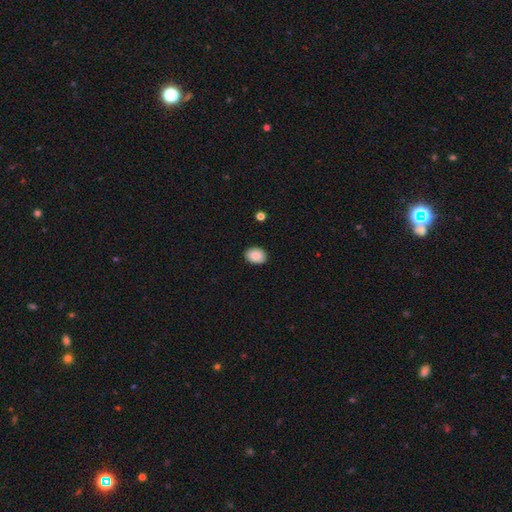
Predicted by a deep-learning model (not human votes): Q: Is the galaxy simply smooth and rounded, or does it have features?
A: smooth — 88%.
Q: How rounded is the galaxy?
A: in between — 70%.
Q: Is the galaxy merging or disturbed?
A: none — 89%.